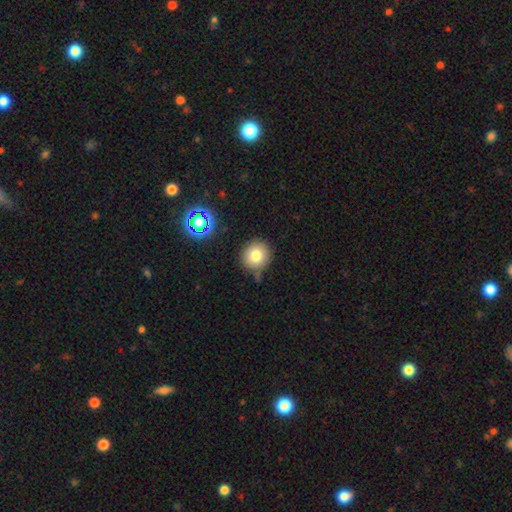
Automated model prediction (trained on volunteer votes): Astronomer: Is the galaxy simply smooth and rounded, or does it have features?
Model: smooth — 77%.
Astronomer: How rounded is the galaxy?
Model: round — 90%.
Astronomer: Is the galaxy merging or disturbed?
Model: none — 77%.